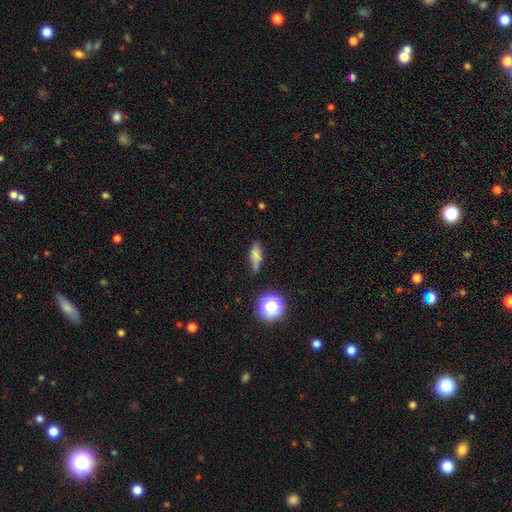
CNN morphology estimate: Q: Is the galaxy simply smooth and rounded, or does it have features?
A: smooth — 70%.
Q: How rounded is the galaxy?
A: in between — 48%.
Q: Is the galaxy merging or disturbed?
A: none — 65%.